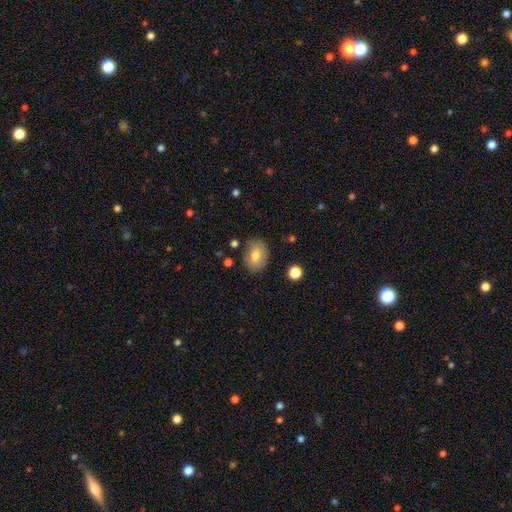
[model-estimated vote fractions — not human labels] This is likely a smooth galaxy (76%). How rounded: likely in between (65%). Merging: likely none (77%).